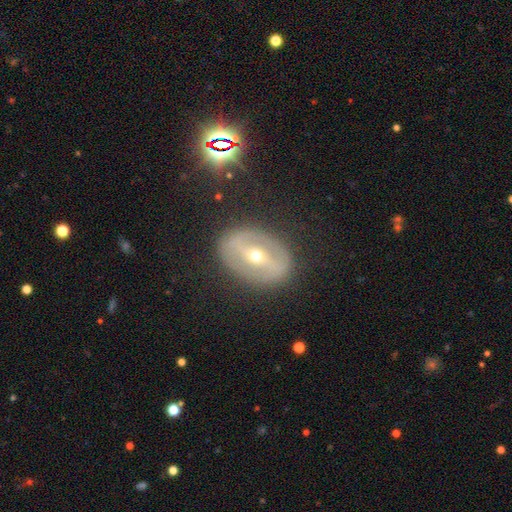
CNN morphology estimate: Smooth or featured: featured or disk — 76% (smooth — 16%)
Edge-on disk: no — 91% (yes — 9%)
Bar: strong — 64% (weak — 23%)
Spiral arms: no — 62% (yes — 38%)
Bulge size: small — 50% (moderate — 47%)
Merging: none — 84% (minor disturbance — 10%)